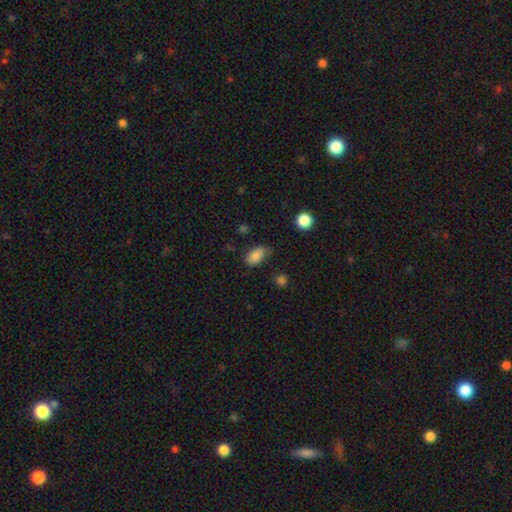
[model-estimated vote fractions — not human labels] This is clearly a smooth galaxy (84%). How rounded: clearly in between (90%). Merging: likely none (70%).